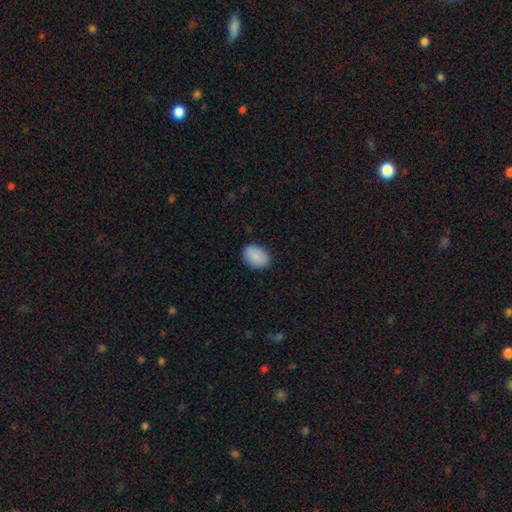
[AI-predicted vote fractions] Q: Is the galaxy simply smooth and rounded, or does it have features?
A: smooth — 89%.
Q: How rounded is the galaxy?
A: in between — 76%.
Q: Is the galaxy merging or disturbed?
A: none — 87%.